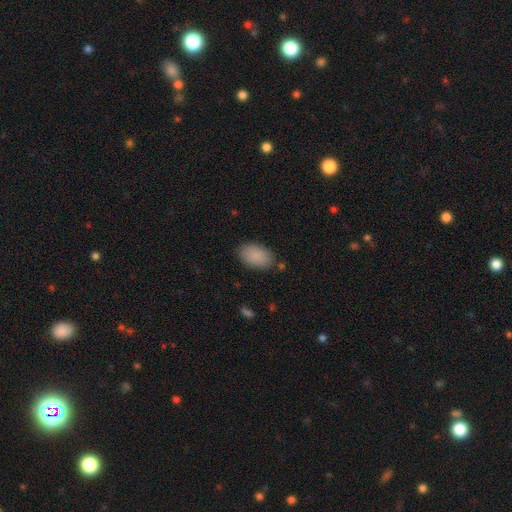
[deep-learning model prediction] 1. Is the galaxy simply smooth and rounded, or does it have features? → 89% smooth, 7% star or artifact, 4% featured or disk.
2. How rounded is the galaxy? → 93% in between, 6% round, 1% cigar-shaped.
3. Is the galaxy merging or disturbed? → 84% none, 12% minor disturbance, 3% major disturbance, 2% merger.